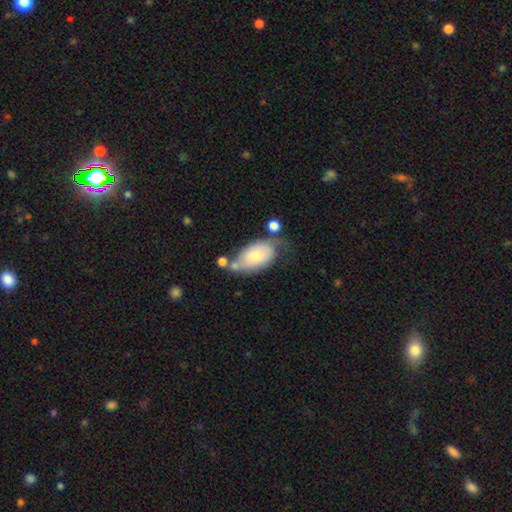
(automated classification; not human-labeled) Smooth or featured?
  - smooth: 60% *
  - featured or disk: 34%
  - star or artifact: 6%
How rounded?
  - in between: 92% *
  - round: 6%
  - cigar-shaped: 3%
Merging?
  - none: 38% *
  - minor disturbance: 29%
  - major disturbance: 17%
  - merger: 16%